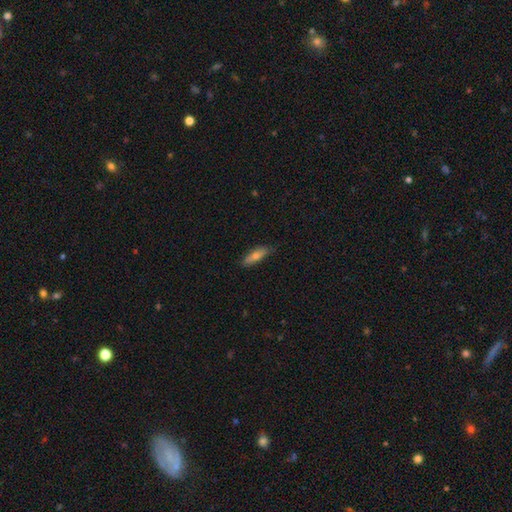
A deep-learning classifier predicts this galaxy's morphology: The model was most divided on "how rounded": cigar-shaped: 59%, in between: 38%, round: 3%. More confident: merging — none (84%); smooth or featured — smooth (63%).